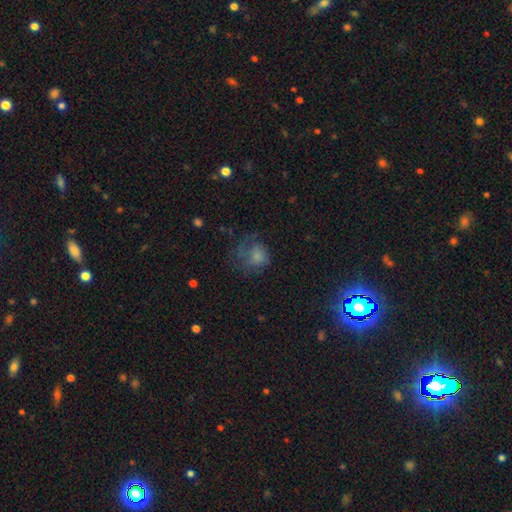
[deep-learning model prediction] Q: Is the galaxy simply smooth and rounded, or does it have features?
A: smooth — 63%.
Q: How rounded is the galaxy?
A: round — 72%.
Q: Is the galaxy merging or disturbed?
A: none — 41%.